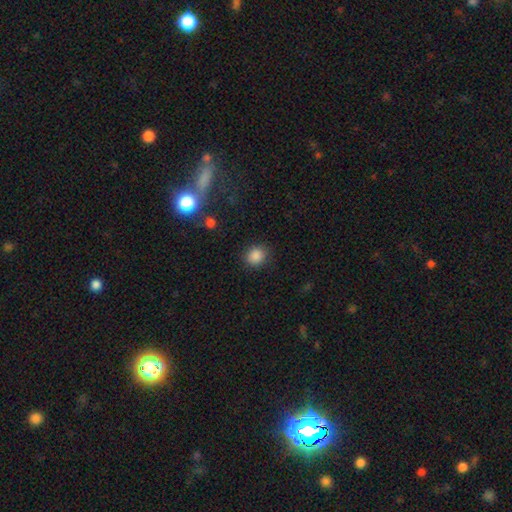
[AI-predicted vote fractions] smooth-or-featured: smooth: 85% | star or artifact: 11% | featured or disk: 4%
  how-rounded: round: 76% | in between: 23% | cigar-shaped: 1%
  merging: none: 87% | minor disturbance: 9% | major disturbance: 3% | merger: 1%